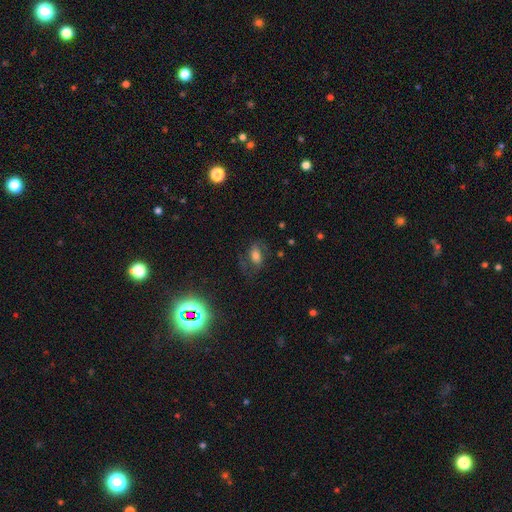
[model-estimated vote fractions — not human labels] Morphology: type=smooth (51%); roundness=in between (83%); merging=none (55%).